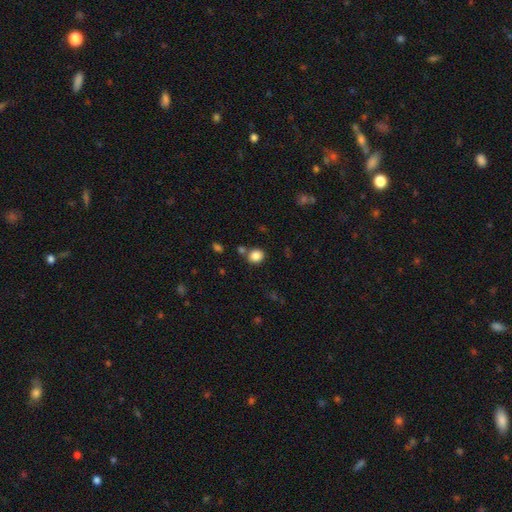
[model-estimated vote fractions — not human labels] Overall: smooth (85%). How rounded: round (74%). Merging: none (75%).